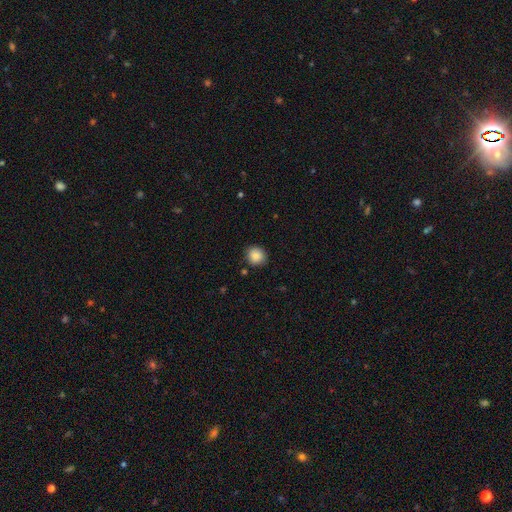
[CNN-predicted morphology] This appears to be a smooth galaxy with no disk features (87%) that is round (83%). Merging: none (87%).